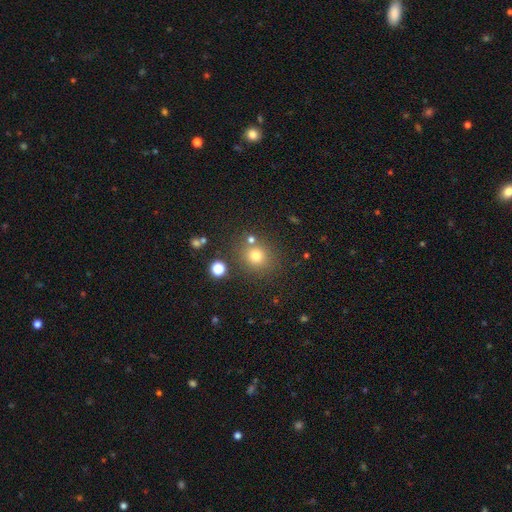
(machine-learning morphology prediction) Smooth or featured: smooth — 76% (star or artifact — 16%)
How rounded: round — 84% (in between — 15%)
Merging: none — 78% (minor disturbance — 9%)